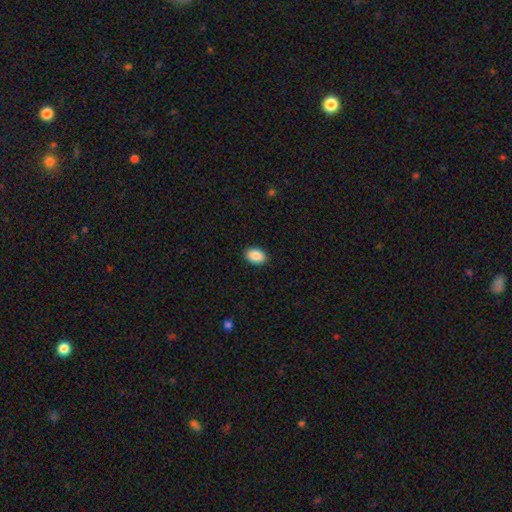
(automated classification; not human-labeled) This appears to be a smooth galaxy with no disk features (90%) that is in between round and cigar-shaped (85%). Merging: none (91%).